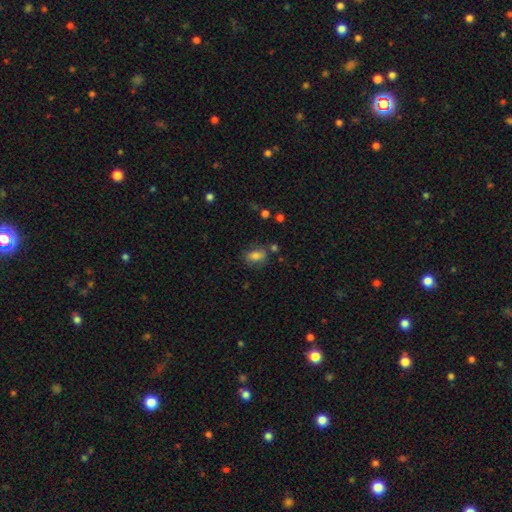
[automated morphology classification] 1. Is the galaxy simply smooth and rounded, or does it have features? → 78% smooth, 12% featured or disk, 10% star or artifact.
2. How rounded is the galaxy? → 83% in between, 13% round, 4% cigar-shaped.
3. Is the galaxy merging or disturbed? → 70% none, 17% minor disturbance, 7% merger, 6% major disturbance.